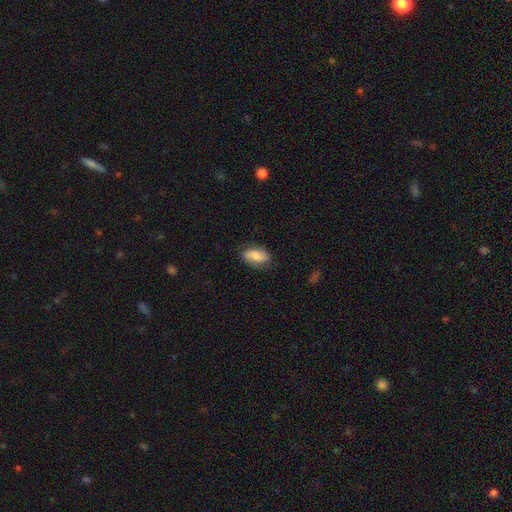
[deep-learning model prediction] Overall: smooth (60%; featured or disk 32%). How rounded: in between (90%). Merging: none (69%).